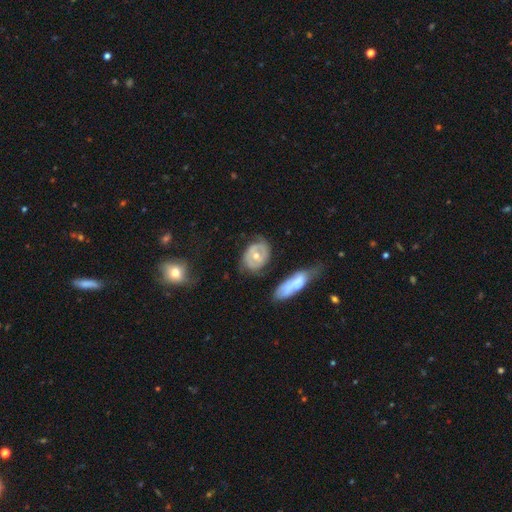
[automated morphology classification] Smooth or featured: featured or disk — 64% (smooth — 30%)
Edge-on disk: no — 94% (yes — 6%)
Bar: no — 66% (weak — 24%)
Spiral arms: yes — 55% (no — 45%)
Bulge size: moderate — 68% (small — 28%)
Merging: none — 56% (minor disturbance — 25%)